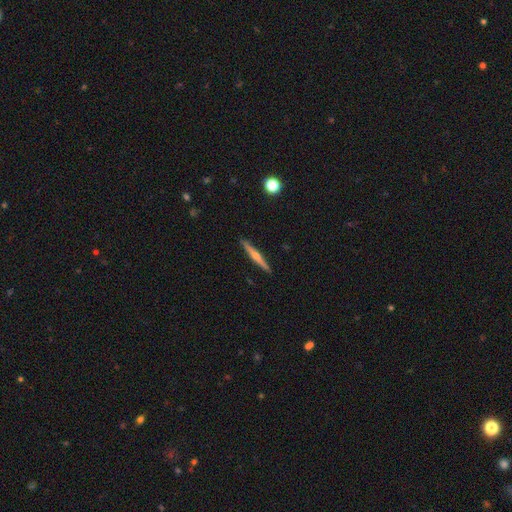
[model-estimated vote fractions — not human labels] This appears to be a featured or disk galaxy (69%) viewed edge-on (98%) with a rounded central bulge (85%). Merging: none (91%).